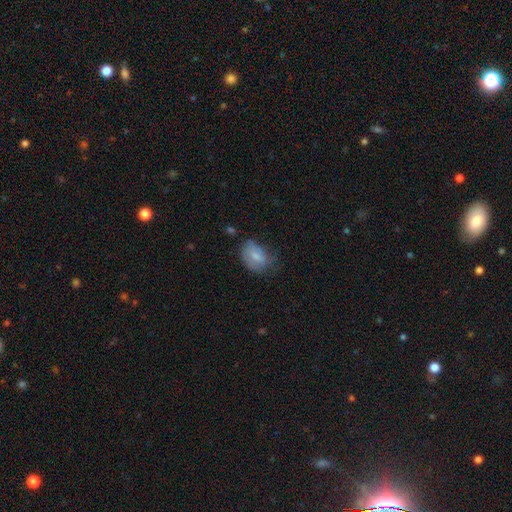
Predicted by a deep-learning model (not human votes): smooth-or-featured: smooth: 72% | featured or disk: 20% | star or artifact: 8%
  how-rounded: in between: 80% | round: 19% | cigar-shaped: 1%
  merging: none: 45% | minor disturbance: 36% | major disturbance: 16% | merger: 2%